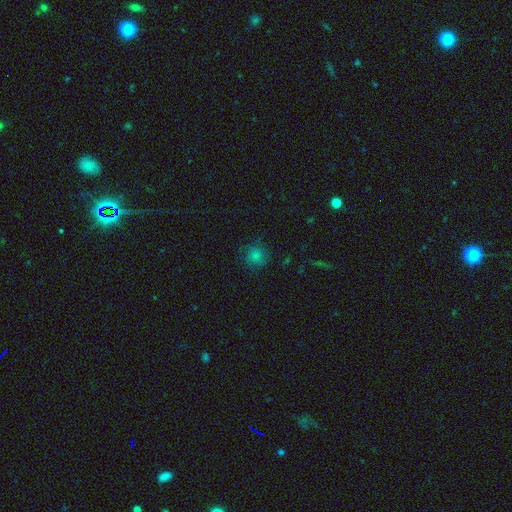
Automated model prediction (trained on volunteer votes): Morphology: type=smooth (75%); roundness=round (88%); merging=none (75%).